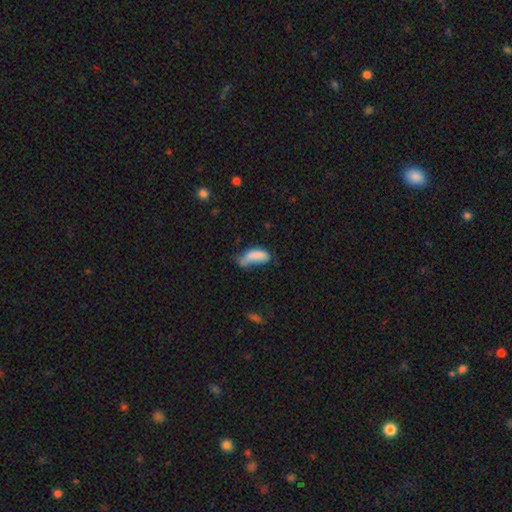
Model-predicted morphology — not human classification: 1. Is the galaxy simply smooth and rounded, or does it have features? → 77% smooth, 14% featured or disk, 9% star or artifact.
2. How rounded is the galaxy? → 82% in between, 16% cigar-shaped, 3% round.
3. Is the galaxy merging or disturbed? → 32% minor disturbance, 31% major disturbance, 24% none, 14% merger.